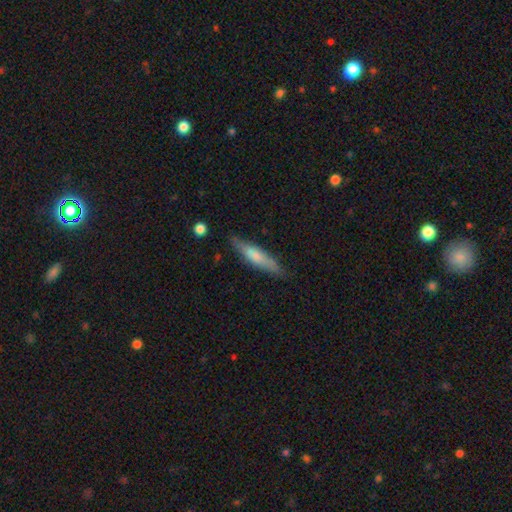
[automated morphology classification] Q: Smooth or featured?
A: smooth (61%); runner-up: featured or disk (33%)
Q: How rounded?
A: cigar-shaped (84%); runner-up: in between (14%)
Q: Merging?
A: none (82%); runner-up: minor disturbance (14%)